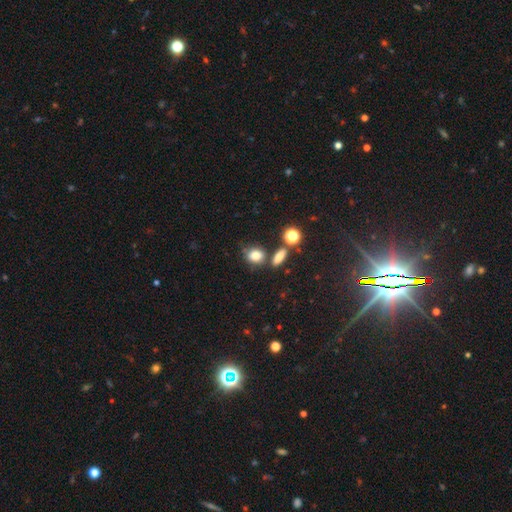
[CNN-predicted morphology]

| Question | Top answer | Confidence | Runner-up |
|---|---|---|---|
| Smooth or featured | smooth | 80% | star or artifact (12%) |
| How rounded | round | 56% | in between (42%) |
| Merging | none | 64% | merger (16%) |